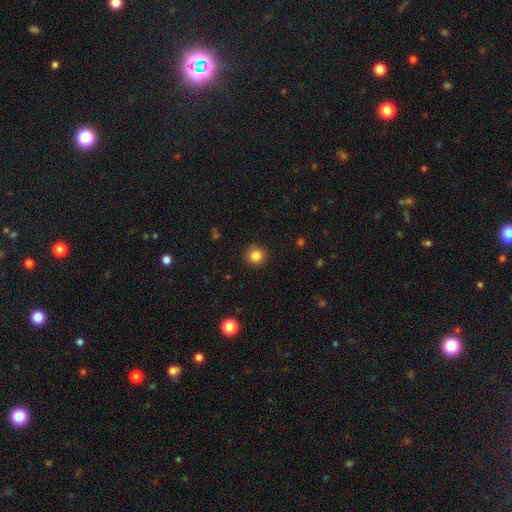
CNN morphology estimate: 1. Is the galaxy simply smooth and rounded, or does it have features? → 84% smooth, 11% star or artifact, 5% featured or disk.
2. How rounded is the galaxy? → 94% round, 5% in between, 1% cigar-shaped.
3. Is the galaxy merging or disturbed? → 90% none, 7% minor disturbance, 2% major disturbance, 1% merger.